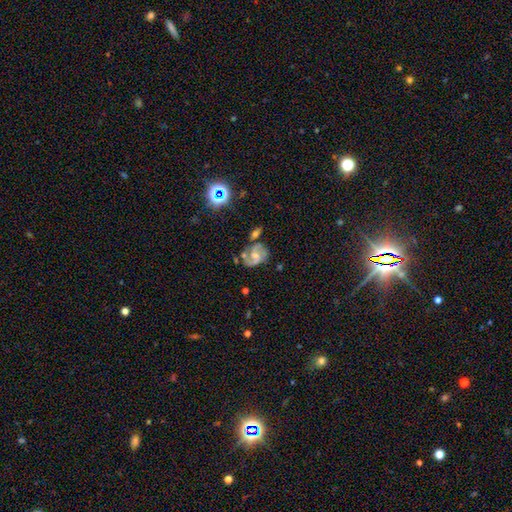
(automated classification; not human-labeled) Q: Smooth or featured?
A: featured or disk (78%); runner-up: smooth (13%)
Q: Edge-on disk?
A: no (98%); runner-up: yes (2%)
Q: Bar?
A: no (46%); runner-up: weak (44%)
Q: Spiral arms?
A: yes (94%); runner-up: no (6%)
Q: Spiral winding?
A: medium (54%); runner-up: tight (27%)
Q: Spiral arm count?
A: 2 (83%); runner-up: can't tell (7%)
Q: Bulge size?
A: moderate (45%); runner-up: small (40%)
Q: Merging?
A: none (53%); runner-up: minor disturbance (22%)